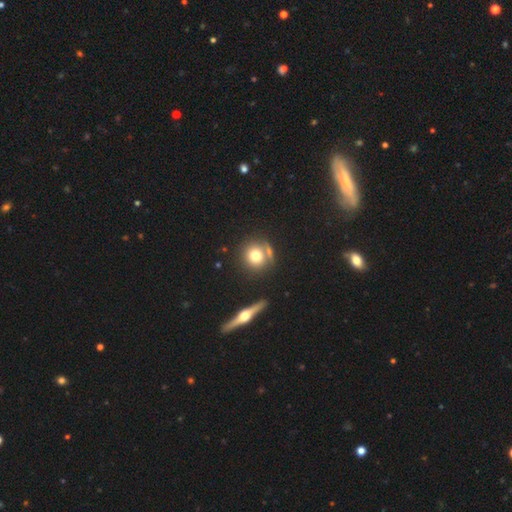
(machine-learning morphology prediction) type=smooth (71%); roundness=round (89%); merging=none (71%).